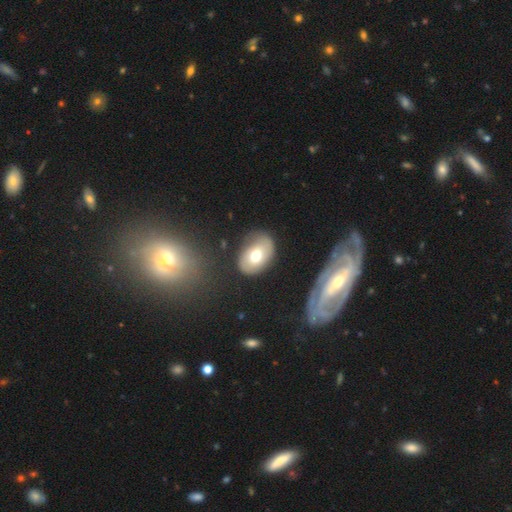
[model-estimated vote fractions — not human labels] Smooth or featured?
  - smooth: 59% *
  - featured or disk: 33%
  - star or artifact: 8%
How rounded?
  - in between: 76% *
  - round: 23%
  - cigar-shaped: 1%
Merging?
  - none: 68% *
  - minor disturbance: 21%
  - major disturbance: 8%
  - merger: 3%